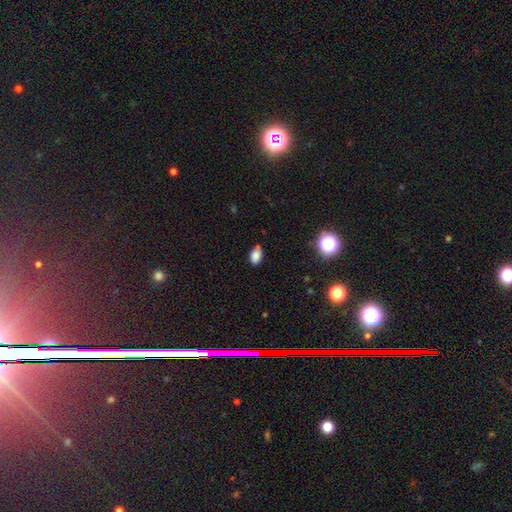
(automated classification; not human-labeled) Smooth or featured? smooth (83%)
How rounded? in between (88%)
Merging? none (69%)